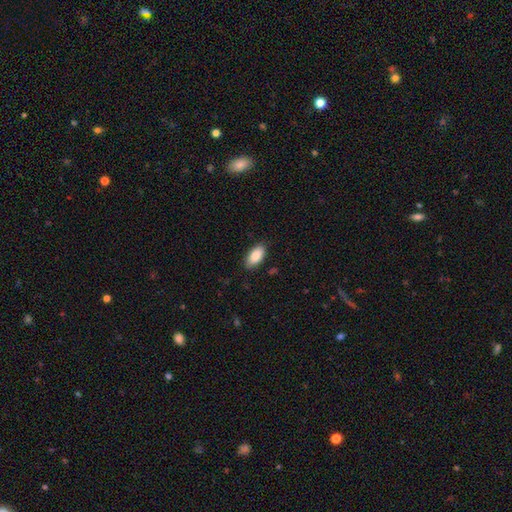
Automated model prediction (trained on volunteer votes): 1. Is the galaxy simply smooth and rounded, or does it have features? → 89% smooth, 6% star or artifact, 5% featured or disk.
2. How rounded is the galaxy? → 92% in between, 6% cigar-shaped, 2% round.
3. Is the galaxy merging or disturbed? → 86% none, 11% minor disturbance, 2% major disturbance, 1% merger.